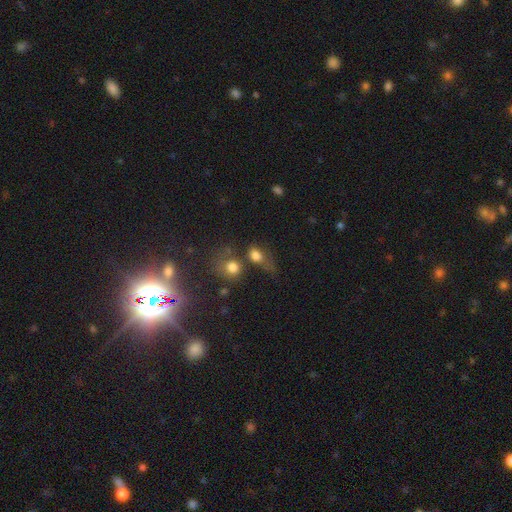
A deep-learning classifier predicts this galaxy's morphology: Q: Smooth or featured?
A: smooth (77%); runner-up: star or artifact (13%)
Q: How rounded?
A: in between (63%); runner-up: round (32%)
Q: Merging?
A: none (37%); runner-up: merger (26%)